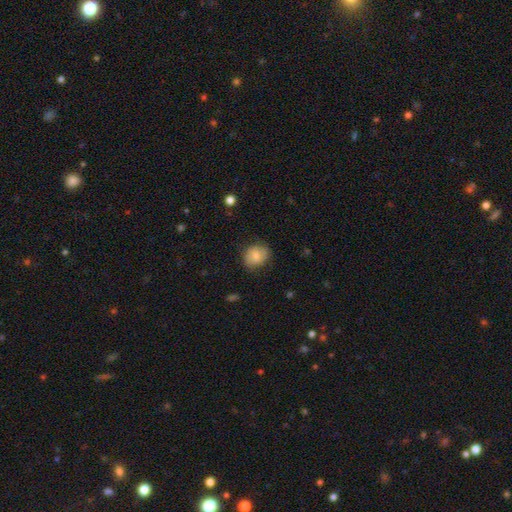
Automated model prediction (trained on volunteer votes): A smooth galaxy with no disk features (78%) that is round (62%).

Vote fractions:
- Smooth or featured? smooth: 78% / featured or disk: 14% / star or artifact: 8%
- How rounded? round: 62% / in between: 37% / cigar-shaped: 1%
- Merging? none: 77% / minor disturbance: 17% / major disturbance: 4% / merger: 1%